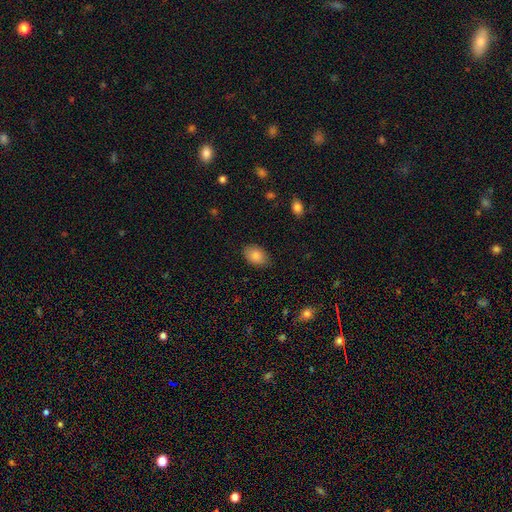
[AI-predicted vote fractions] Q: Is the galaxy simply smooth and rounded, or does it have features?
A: smooth — 85%.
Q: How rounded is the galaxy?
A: in between — 83%.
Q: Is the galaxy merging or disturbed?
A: none — 82%.